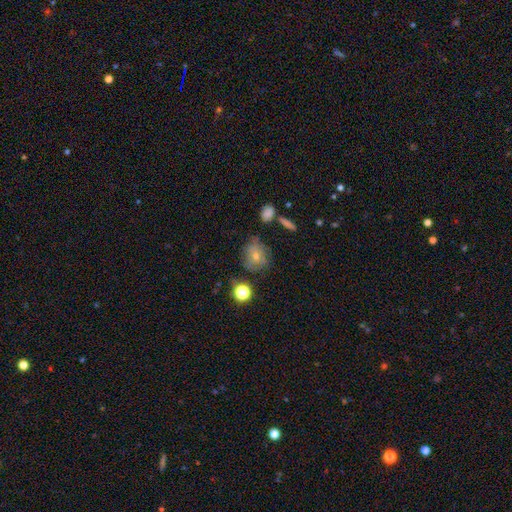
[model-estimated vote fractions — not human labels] Smooth or featured? smooth (47%)
Merging? none (66%)